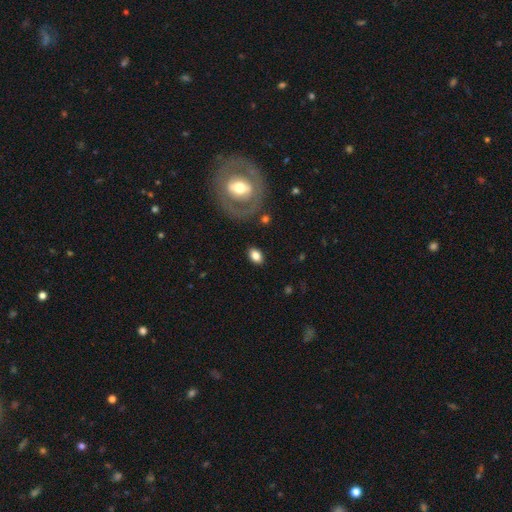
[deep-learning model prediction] A smooth galaxy with no disk features (77%) that is in between round and cigar-shaped (84%).

Vote fractions:
- Smooth or featured? smooth: 77% / featured or disk: 15% / star or artifact: 8%
- How rounded? in between: 84% / round: 14% / cigar-shaped: 2%
- Merging? none: 84% / minor disturbance: 10% / major disturbance: 4% / merger: 2%